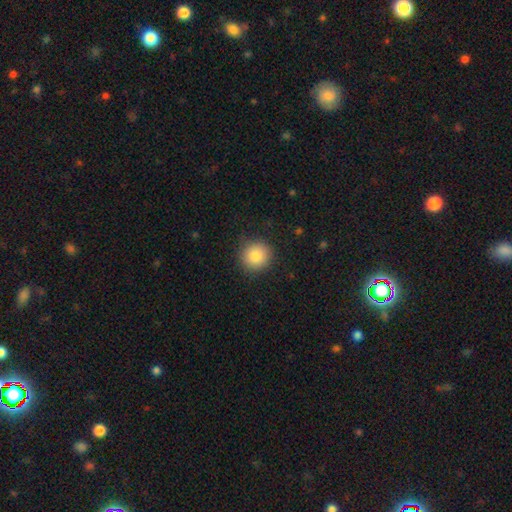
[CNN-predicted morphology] type=smooth (84%); roundness=round (93%); merging=none (87%).